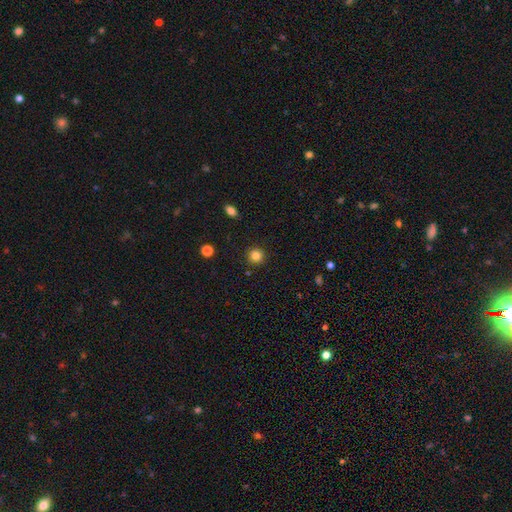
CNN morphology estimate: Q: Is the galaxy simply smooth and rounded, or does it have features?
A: smooth — 84%.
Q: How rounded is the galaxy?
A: round — 93%.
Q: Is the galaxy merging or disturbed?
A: none — 90%.